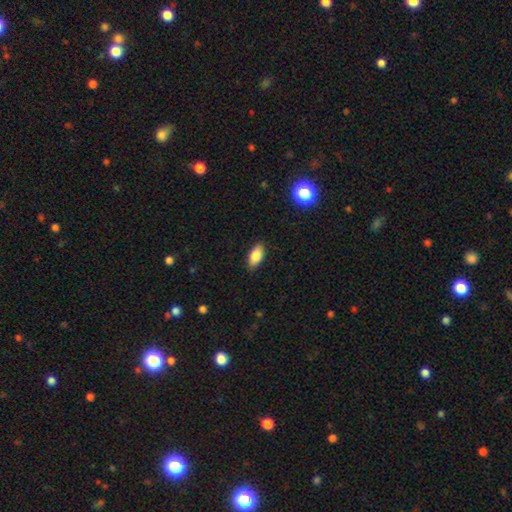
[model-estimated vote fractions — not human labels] Q: Smooth or featured?
A: smooth (84%); runner-up: featured or disk (9%)
Q: How rounded?
A: in between (90%); runner-up: cigar-shaped (7%)
Q: Merging?
A: none (88%); runner-up: minor disturbance (9%)